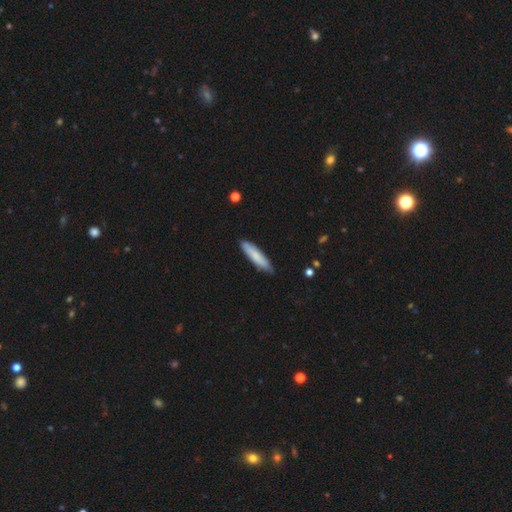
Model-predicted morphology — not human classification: A smooth galaxy with no disk features (78%) that is cigar-shaped (80%). Merging: none (84%).